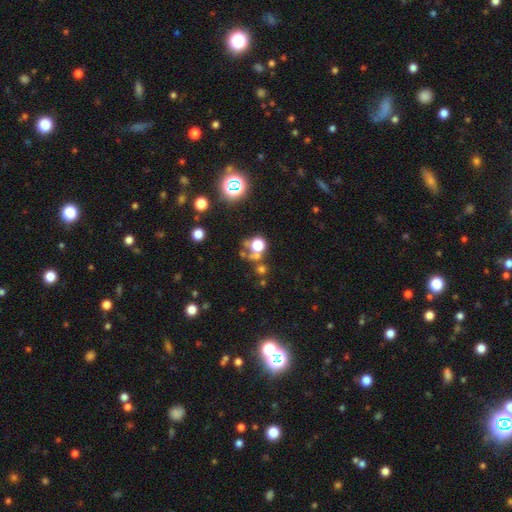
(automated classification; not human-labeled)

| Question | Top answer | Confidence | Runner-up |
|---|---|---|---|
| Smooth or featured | star or artifact | 57% | smooth (31%) |